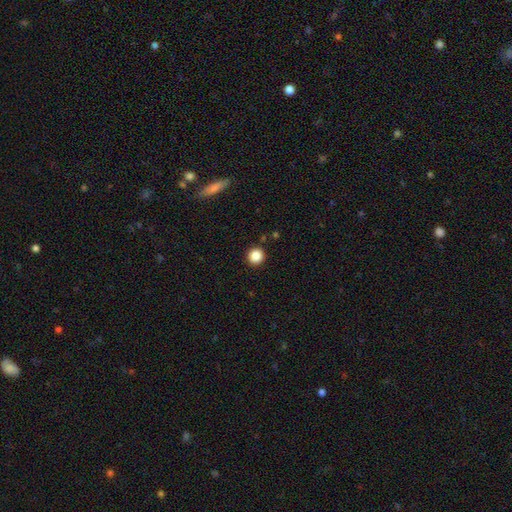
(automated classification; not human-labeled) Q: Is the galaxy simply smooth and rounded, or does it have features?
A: smooth — 86%.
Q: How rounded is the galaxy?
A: round — 93%.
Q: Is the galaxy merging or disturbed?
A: none — 91%.